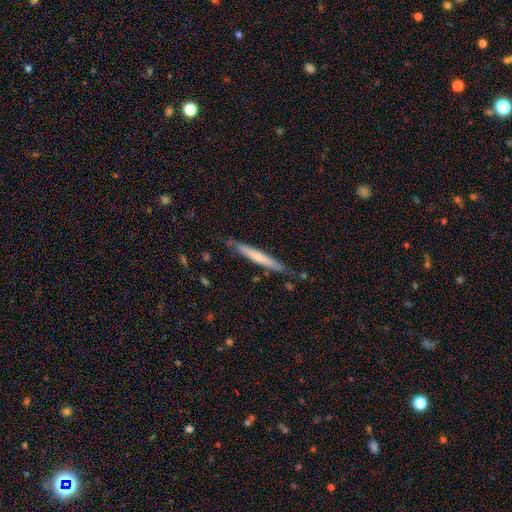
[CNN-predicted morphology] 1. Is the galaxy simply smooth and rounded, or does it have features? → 47% featured or disk (tied), 47% smooth (tied), 6% star or artifact.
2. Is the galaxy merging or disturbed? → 79% none, 16% minor disturbance, 2% major disturbance, 2% merger.